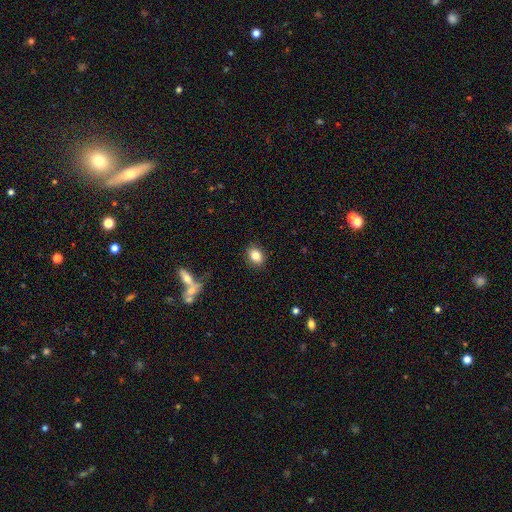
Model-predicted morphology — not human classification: smooth-or-featured: smooth: 83% | star or artifact: 9% | featured or disk: 8%
  how-rounded: in between: 59% | round: 40% | cigar-shaped: 1%
  merging: none: 87% | minor disturbance: 8% | major disturbance: 2% | merger: 2%